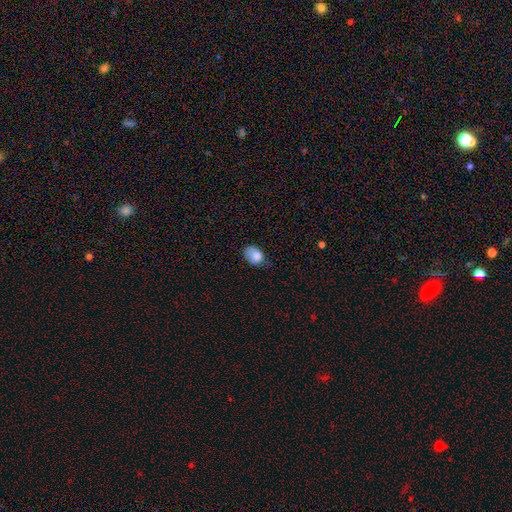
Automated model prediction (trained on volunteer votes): This appears to be a smooth galaxy with no disk features (82%) that is in between round and cigar-shaped (76%). Merging: none (43%).